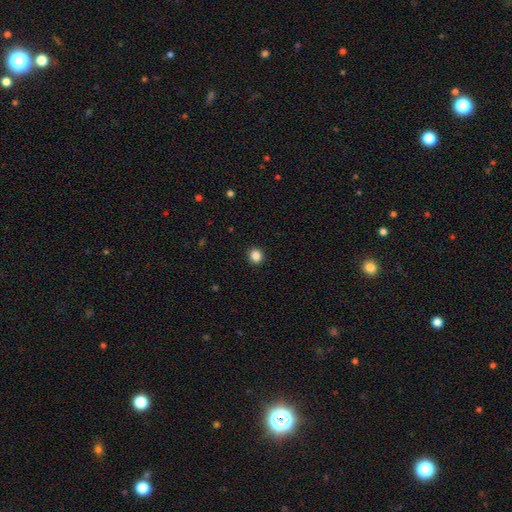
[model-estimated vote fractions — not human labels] Smooth or featured? smooth (86%)
How rounded? round (87%)
Merging? none (93%)